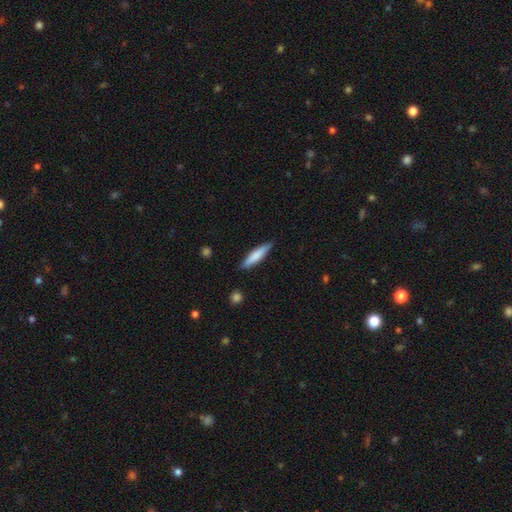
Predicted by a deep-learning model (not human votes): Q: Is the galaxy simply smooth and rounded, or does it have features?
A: smooth — 73%.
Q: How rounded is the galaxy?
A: cigar-shaped — 84%.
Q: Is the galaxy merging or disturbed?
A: none — 87%.